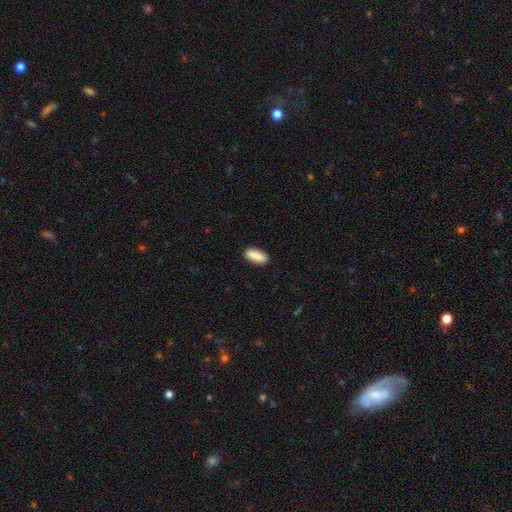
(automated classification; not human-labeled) This is clearly a smooth galaxy (90%). How rounded: clearly in between (82%). Merging: clearly none (88%).